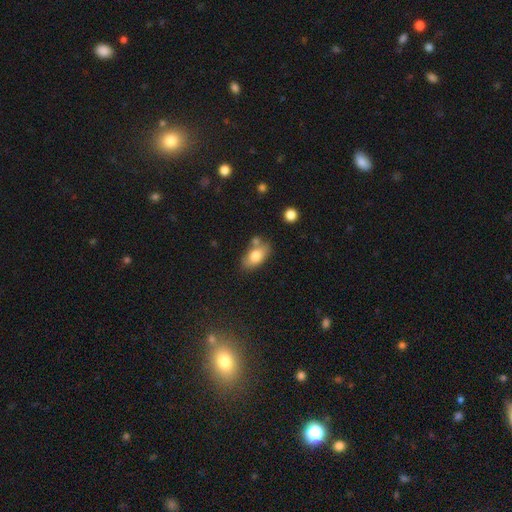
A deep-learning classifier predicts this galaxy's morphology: Smooth or featured? Predicted: smooth (p=0.77). How rounded? Predicted: in between (p=0.91). Merging? Predicted: none (p=0.65).